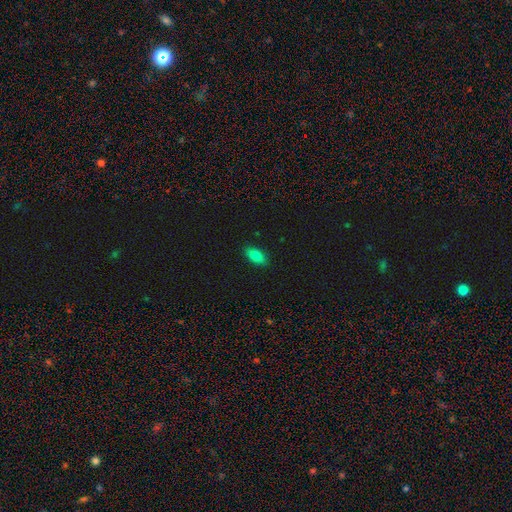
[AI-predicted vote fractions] smooth 83%, star or artifact 9%, featured or disk 8%. Down the decision tree: how rounded — in between (89%); merging — none (88%).